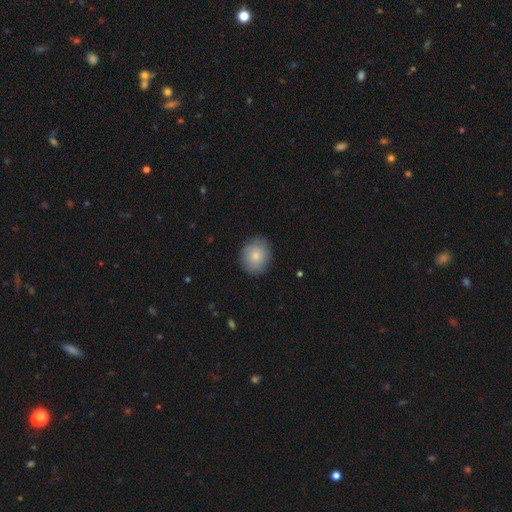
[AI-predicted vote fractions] This is likely a smooth galaxy (79%). How rounded: likely round (71%). Merging: clearly none (84%).